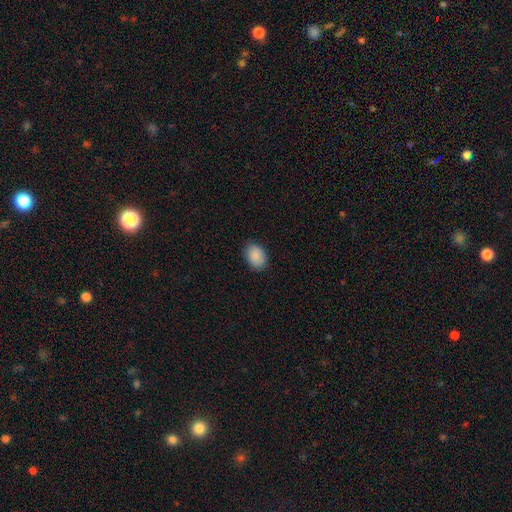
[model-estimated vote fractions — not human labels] This appears to be a smooth galaxy with no disk features (89%) that is in between round and cigar-shaped (79%). Merging: none (83%).